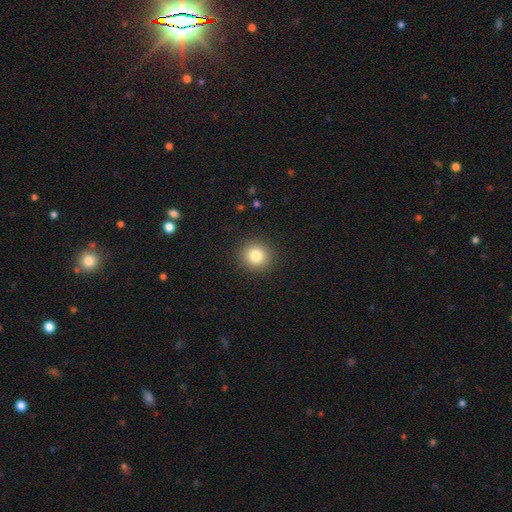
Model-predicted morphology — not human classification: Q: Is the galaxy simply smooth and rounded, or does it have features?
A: smooth — 82%.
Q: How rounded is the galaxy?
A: round — 90%.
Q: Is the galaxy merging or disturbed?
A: none — 91%.